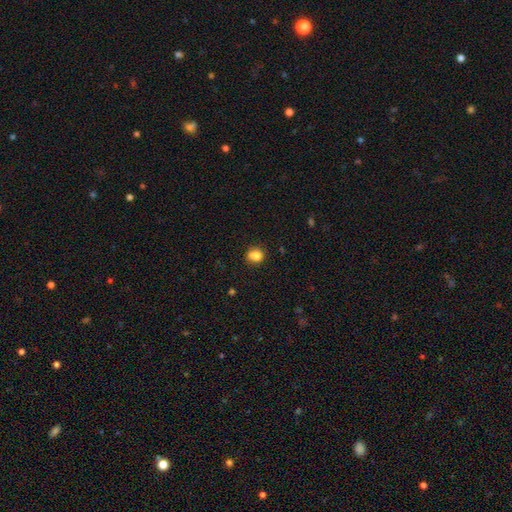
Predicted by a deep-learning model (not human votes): This is clearly a smooth galaxy (80%). How rounded: likely round (63%). Merging: likely none (60%).